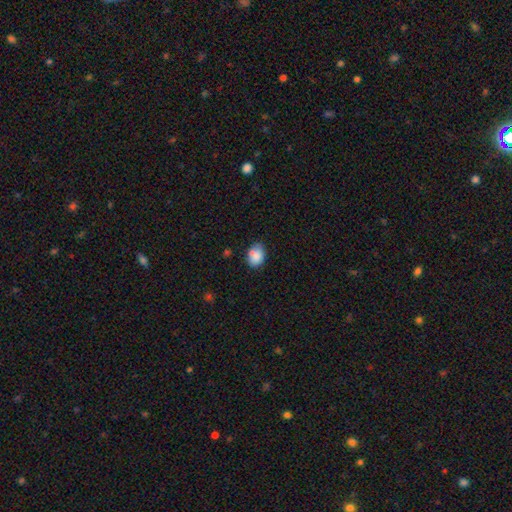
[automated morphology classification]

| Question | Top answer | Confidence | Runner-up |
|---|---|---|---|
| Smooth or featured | smooth | 82% | featured or disk (9%) |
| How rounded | in between | 71% | round (28%) |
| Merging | none | 63% | minor disturbance (21%) |